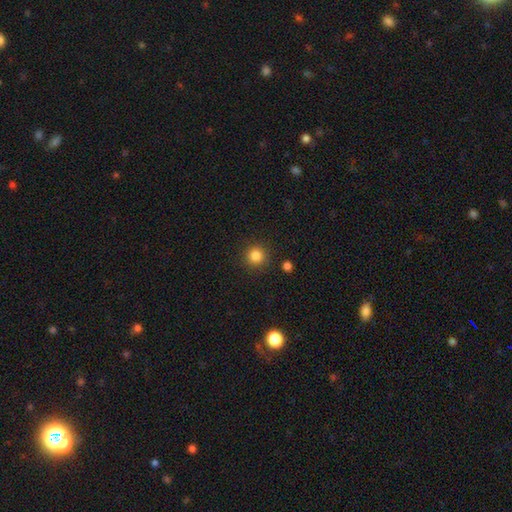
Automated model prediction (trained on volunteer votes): A smooth galaxy with no disk features (83%) that is round (94%). Merging: none (89%).